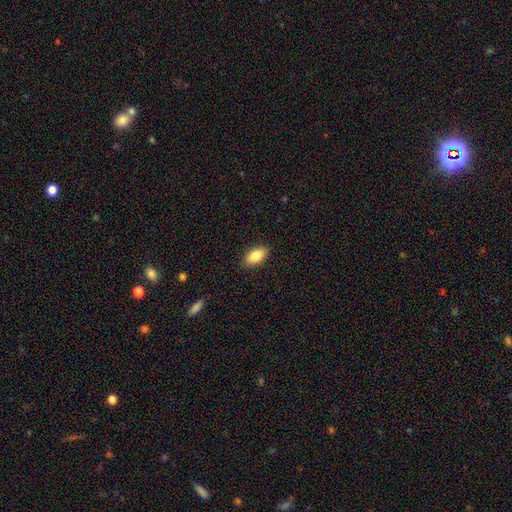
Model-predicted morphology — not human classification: smooth_or_featured: smooth (p=0.87) [alt: star or artifact p=0.07]
how_rounded: in between (p=0.93) [alt: round p=0.04]
merging: none (p=0.88) [alt: minor disturbance p=0.09]